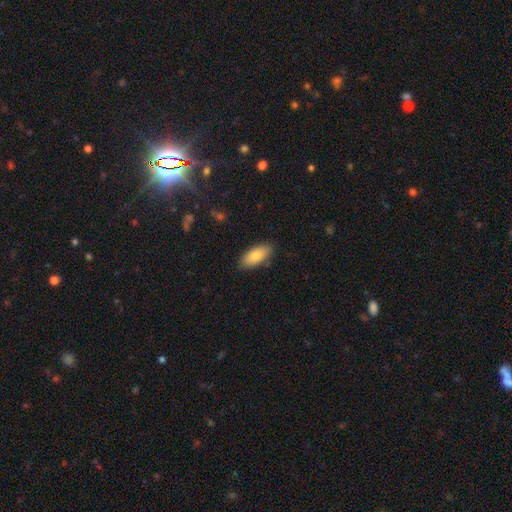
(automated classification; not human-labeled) A smooth galaxy with no disk features (83%) that is in between round and cigar-shaped (87%). Merging: none (84%).